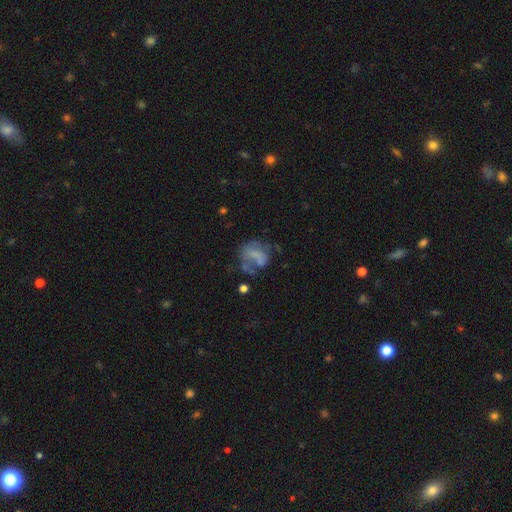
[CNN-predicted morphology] A featured or disk galaxy (44%).

Vote fractions:
- Smooth or featured? featured or disk: 44% / smooth: 43% / star or artifact: 13%
- Merging? major disturbance: 33% (tied) / none: 33% (tied) / minor disturbance: 22% / merger: 12%